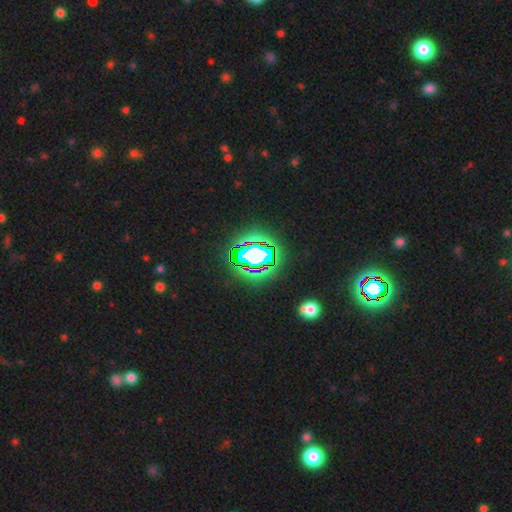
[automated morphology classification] Q: Smooth or featured?
A: star or artifact (65%); runner-up: smooth (18%)